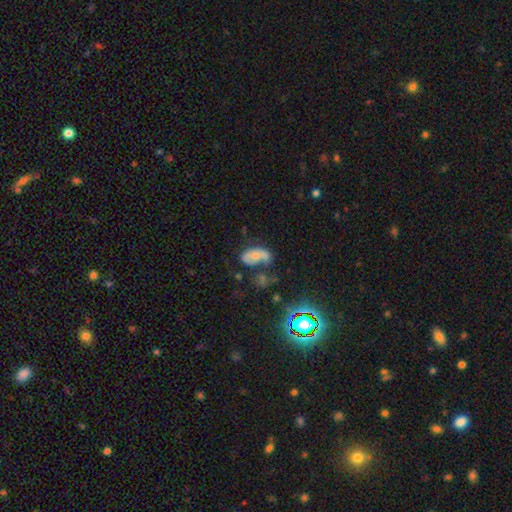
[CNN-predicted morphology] smooth_or_featured: smooth (p=0.49) [alt: featured or disk p=0.37]
merging: merger (p=0.28) [alt: none p=0.27]